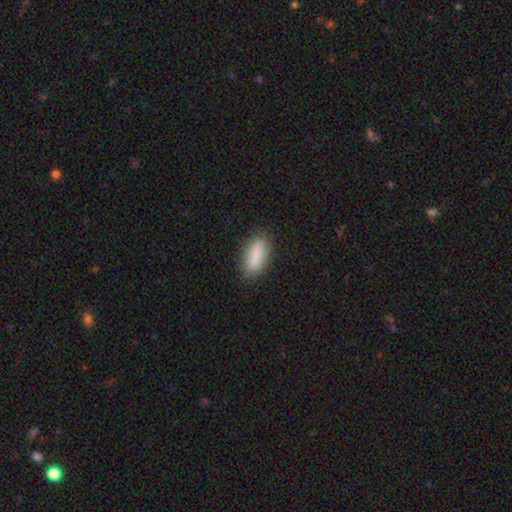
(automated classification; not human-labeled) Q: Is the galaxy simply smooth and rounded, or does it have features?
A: smooth — 83%.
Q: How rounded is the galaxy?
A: in between — 69%.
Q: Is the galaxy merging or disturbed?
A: none — 83%.